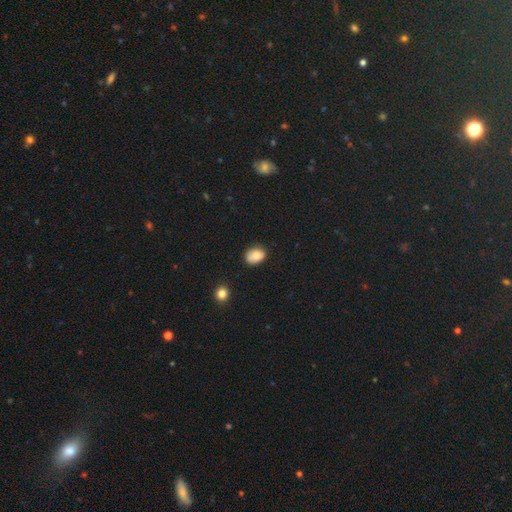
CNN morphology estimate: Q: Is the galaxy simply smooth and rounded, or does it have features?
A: smooth — 84%.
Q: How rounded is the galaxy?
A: in between — 69%.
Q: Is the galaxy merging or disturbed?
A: none — 75%.